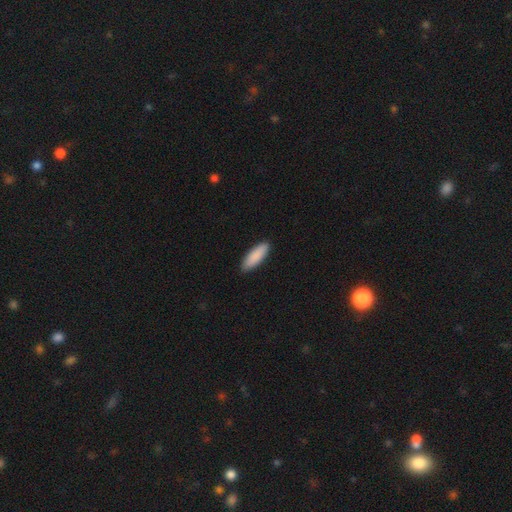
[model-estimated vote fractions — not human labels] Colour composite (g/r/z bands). It shows a smooth galaxy with no disk features (90%) that is in between round and cigar-shaped (57%). Merging: none (88%).